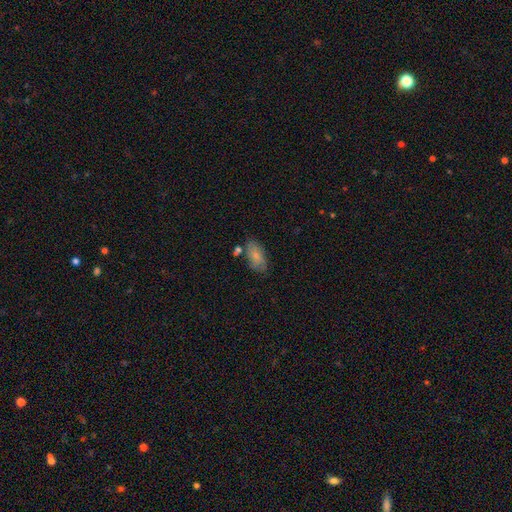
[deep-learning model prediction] Overall: smooth (79%). How rounded: in between (92%). Merging: none (66%).